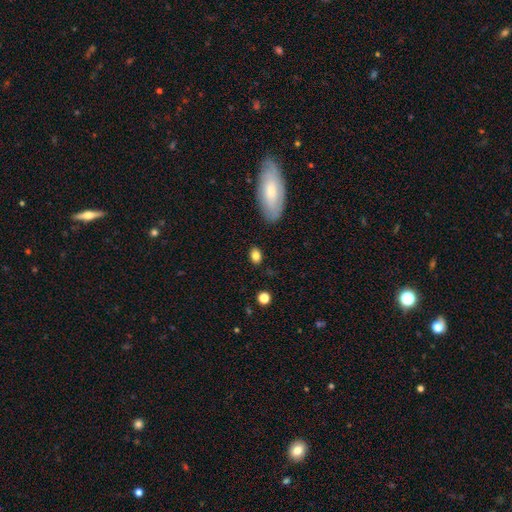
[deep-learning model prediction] Q: Smooth or featured?
A: smooth (82%); runner-up: star or artifact (9%)
Q: How rounded?
A: in between (74%); runner-up: round (23%)
Q: Merging?
A: none (80%); runner-up: minor disturbance (14%)